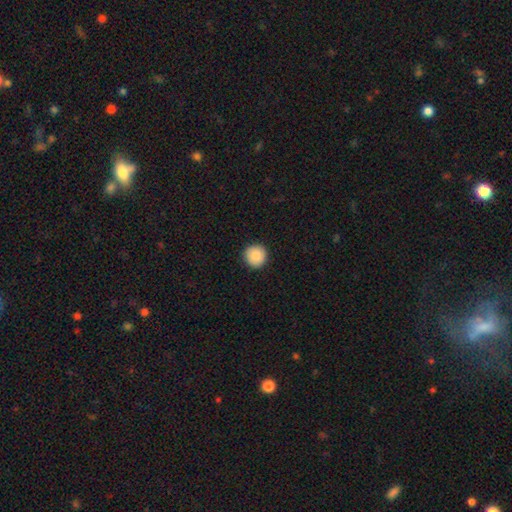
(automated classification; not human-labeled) smooth-or-featured: smooth: 88% | star or artifact: 8% | featured or disk: 4%
  how-rounded: round: 95% | in between: 4% | cigar-shaped: 1%
  merging: none: 93% | minor disturbance: 5% | major disturbance: 2% | merger: 1%